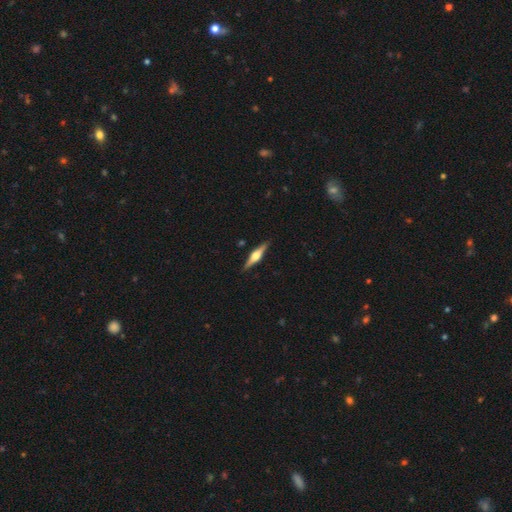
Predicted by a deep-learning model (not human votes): featured or disk 75%, smooth 20%, star or artifact 5%. Down the decision tree: edge-on disk — yes (98%); edge-on bulge — rounded (93%); merging — none (90%).